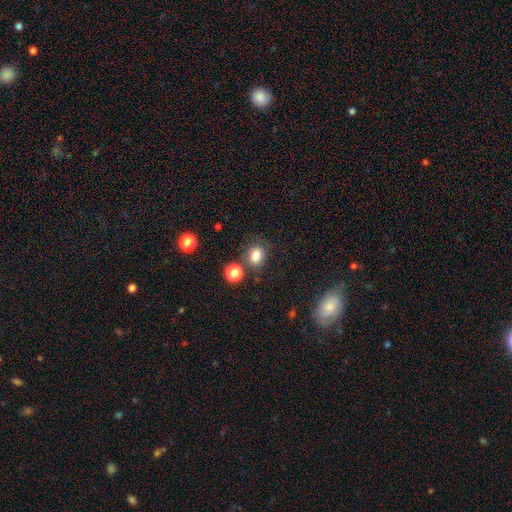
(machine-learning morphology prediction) This is clearly a smooth galaxy (82%). How rounded: possibly round (50%). Merging: likely none (68%).